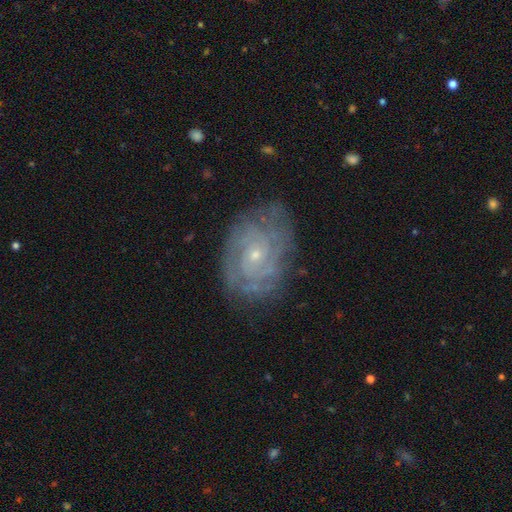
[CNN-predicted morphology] A featured or disk galaxy (82%) with no bar (77%), tight (74%) spiral arms (92%) and a small central bulge (77%). Merging: none (75%).